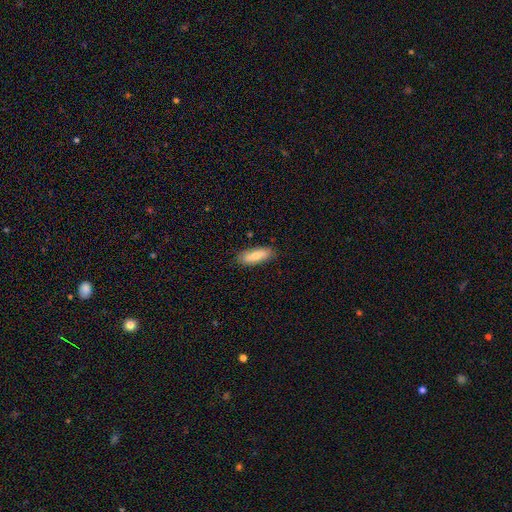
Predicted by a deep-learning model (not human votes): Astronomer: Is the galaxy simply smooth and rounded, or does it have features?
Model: smooth — 79%.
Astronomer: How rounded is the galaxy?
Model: in between — 61% (runner-up: cigar-shaped, 37%).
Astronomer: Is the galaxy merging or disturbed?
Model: none — 85%.